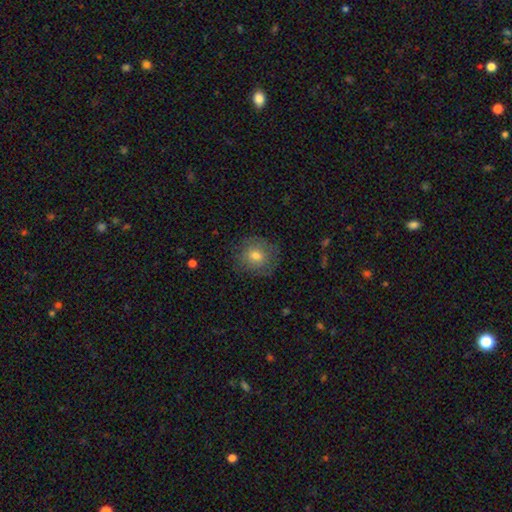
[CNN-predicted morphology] smooth_or_featured: smooth (p=0.73) [alt: featured or disk p=0.16]
how_rounded: round (p=0.85) [alt: in between p=0.14]
merging: none (p=0.81) [alt: minor disturbance p=0.14]